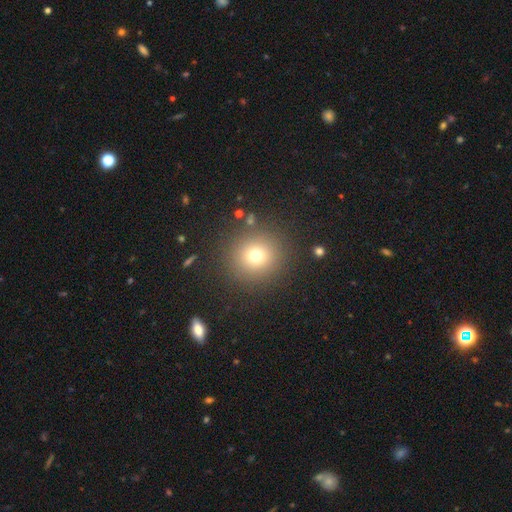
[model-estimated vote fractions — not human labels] This is likely a smooth galaxy (73%). How rounded: clearly round (93%). Merging: clearly none (88%).